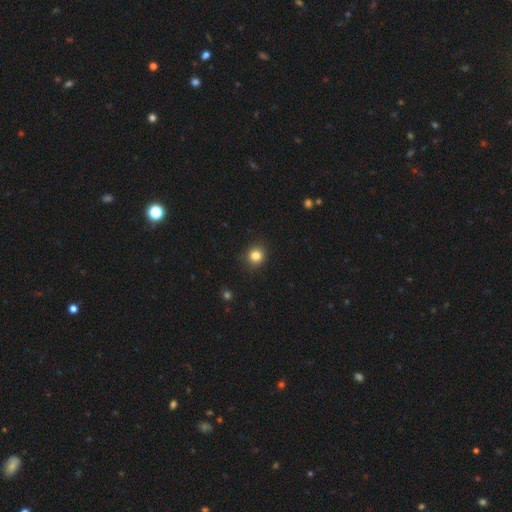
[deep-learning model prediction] Morphology: type=smooth (84%); roundness=round (84%); merging=none (89%).